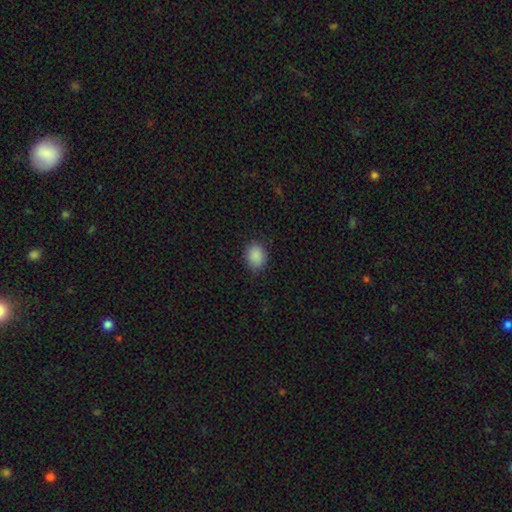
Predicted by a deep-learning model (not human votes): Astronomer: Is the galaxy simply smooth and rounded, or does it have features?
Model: smooth — 89%.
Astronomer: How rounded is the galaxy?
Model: in between — 52% (runner-up: round, 47%).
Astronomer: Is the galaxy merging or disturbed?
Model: none — 85%.